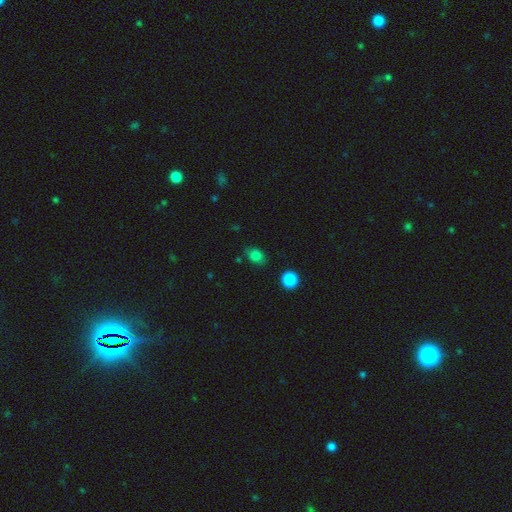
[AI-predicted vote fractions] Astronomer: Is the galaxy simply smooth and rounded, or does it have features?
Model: smooth — 82%.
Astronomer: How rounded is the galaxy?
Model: in between — 66%.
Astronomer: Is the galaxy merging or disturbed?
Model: none — 79%.